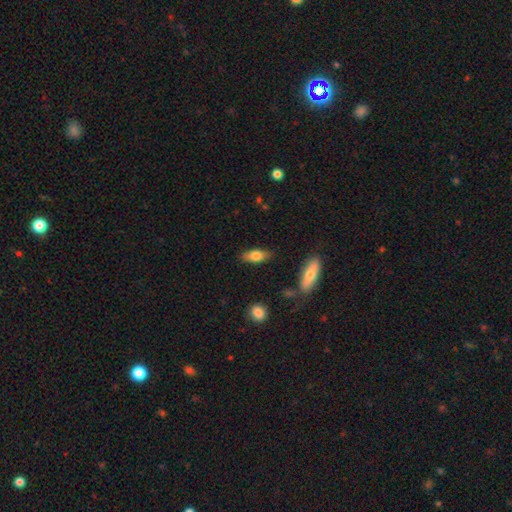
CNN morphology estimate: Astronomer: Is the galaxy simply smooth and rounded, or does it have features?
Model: smooth — 73%.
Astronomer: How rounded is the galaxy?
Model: in between — 76%.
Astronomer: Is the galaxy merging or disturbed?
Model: none — 83%.